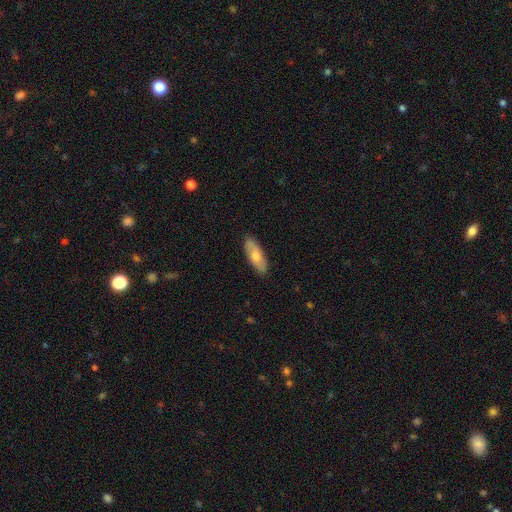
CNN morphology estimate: smooth_or_featured: smooth (p=0.60) [alt: featured or disk p=0.34]
how_rounded: in between (p=0.66) [alt: cigar-shaped p=0.32]
merging: none (p=0.87) [alt: minor disturbance p=0.10]